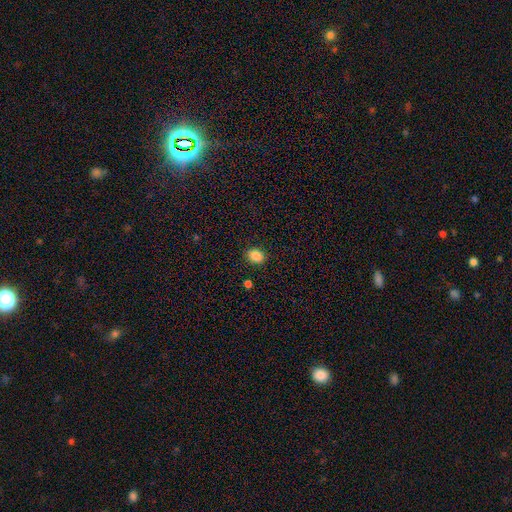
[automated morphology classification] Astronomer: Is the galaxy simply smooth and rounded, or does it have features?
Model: smooth — 87%.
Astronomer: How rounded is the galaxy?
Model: in between — 56% (runner-up: round, 43%).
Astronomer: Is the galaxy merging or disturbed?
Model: none — 88%.